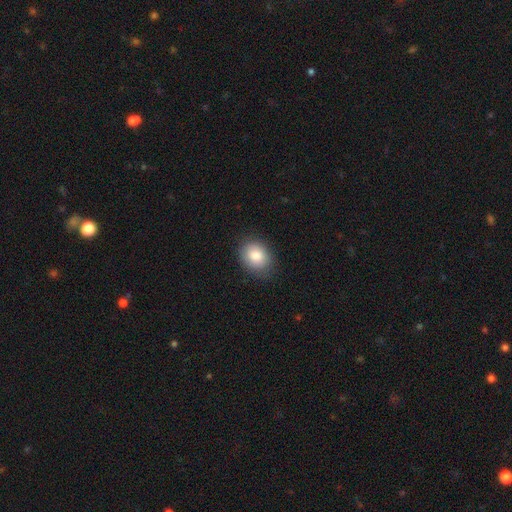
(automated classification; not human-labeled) Q: Smooth or featured?
A: smooth (84%); runner-up: featured or disk (9%)
Q: How rounded?
A: in between (59%); runner-up: round (40%)
Q: Merging?
A: none (83%); runner-up: minor disturbance (13%)